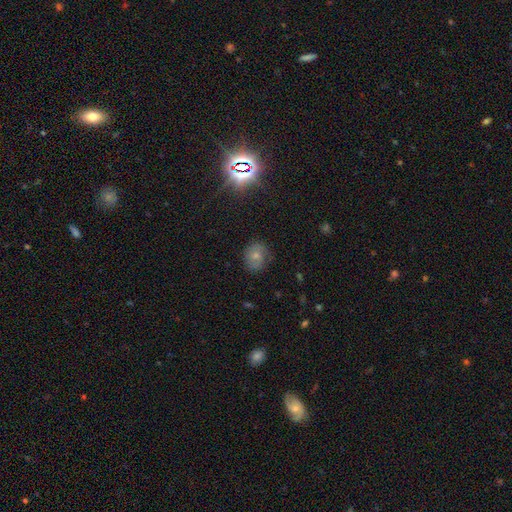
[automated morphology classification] smooth-or-featured: smooth: 55% | featured or disk: 32% | star or artifact: 12%
  how-rounded: round: 64% | in between: 35% | cigar-shaped: 1%
  merging: none: 71% | minor disturbance: 21% | major disturbance: 7% | merger: 1%